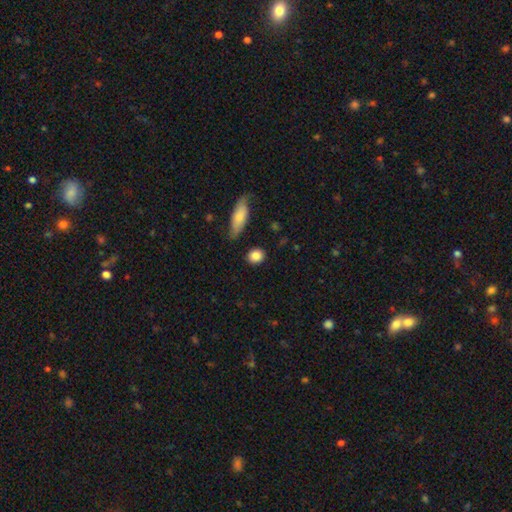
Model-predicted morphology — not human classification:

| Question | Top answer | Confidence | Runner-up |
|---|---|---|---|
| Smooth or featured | smooth | 86% | star or artifact (8%) |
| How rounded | round | 67% | in between (30%) |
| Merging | none | 86% | minor disturbance (9%) |